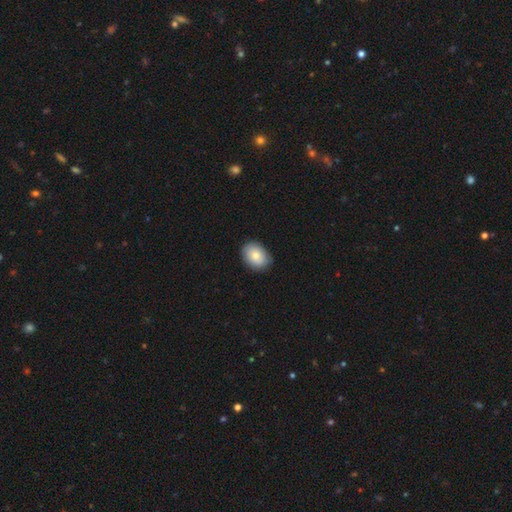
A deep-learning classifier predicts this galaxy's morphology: This appears to be a smooth galaxy with no disk features (78%) that is in between round and cigar-shaped (65%). Merging: none (82%).